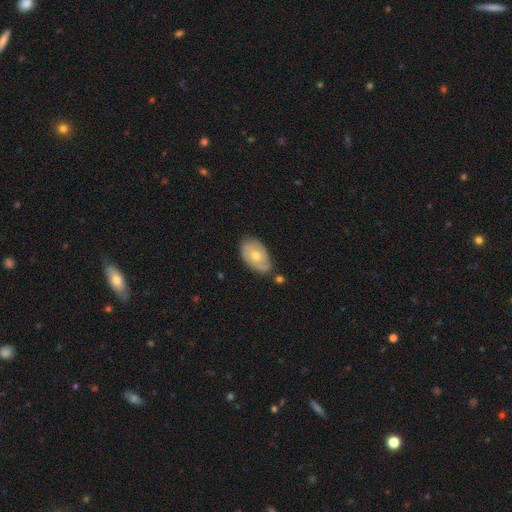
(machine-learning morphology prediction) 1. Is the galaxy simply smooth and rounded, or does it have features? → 49% featured or disk, 44% smooth, 7% star or artifact.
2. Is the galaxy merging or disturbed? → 63% none, 26% minor disturbance, 6% merger, 5% major disturbance.